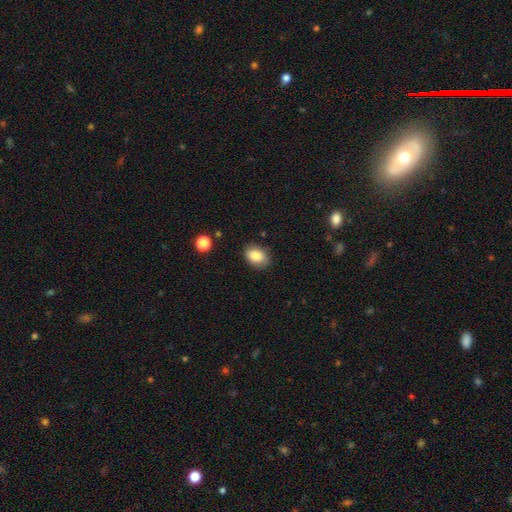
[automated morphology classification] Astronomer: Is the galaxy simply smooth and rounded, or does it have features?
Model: smooth — 85%.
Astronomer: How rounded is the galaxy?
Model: in between — 77%.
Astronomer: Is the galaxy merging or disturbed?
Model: none — 81%.